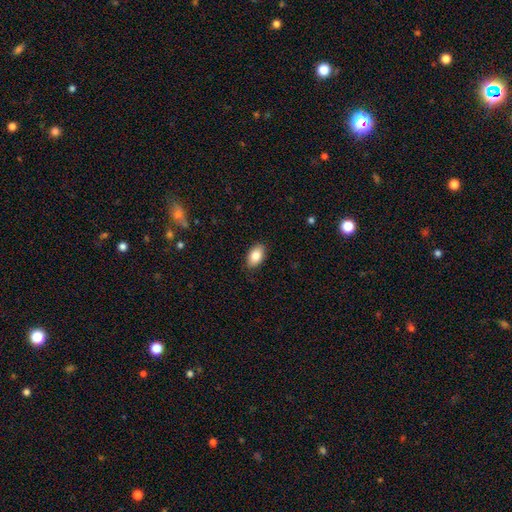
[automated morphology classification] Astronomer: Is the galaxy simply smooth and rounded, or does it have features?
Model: smooth — 84%.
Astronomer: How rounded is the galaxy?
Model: in between — 92%.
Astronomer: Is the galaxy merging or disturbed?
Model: none — 87%.